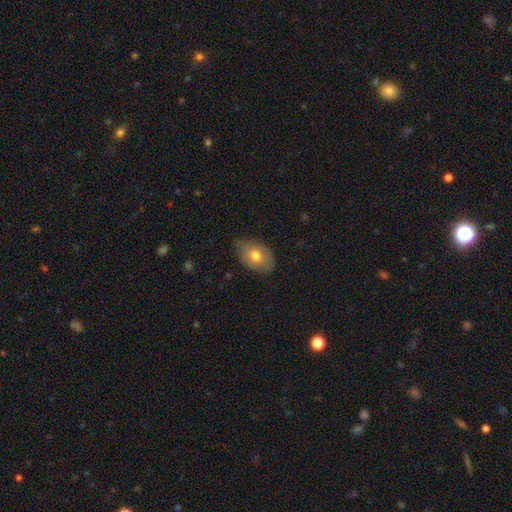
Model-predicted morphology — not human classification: Smooth or featured?
  - smooth: 70% *
  - featured or disk: 22%
  - star or artifact: 8%
How rounded?
  - in between: 84% *
  - round: 15%
  - cigar-shaped: 1%
Merging?
  - none: 65% *
  - minor disturbance: 29%
  - major disturbance: 5%
  - merger: 1%